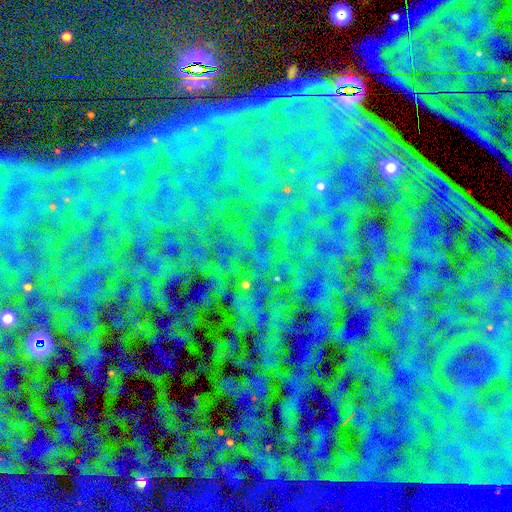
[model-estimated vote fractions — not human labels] A star or artifact, not a galaxy (86%).